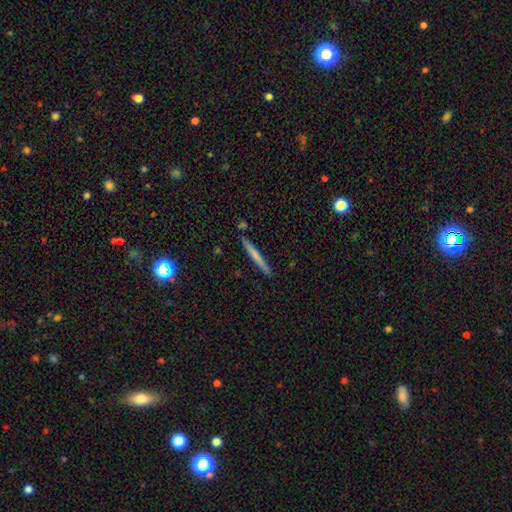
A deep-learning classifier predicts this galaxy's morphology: type=smooth (60%); roundness=cigar-shaped (96%); merging=none (88%).